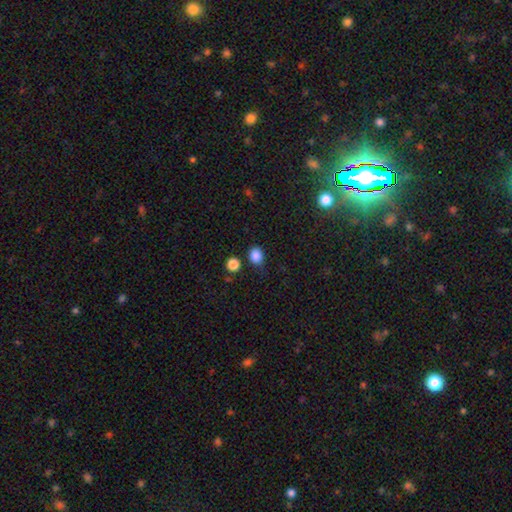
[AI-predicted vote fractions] The model was most divided on "how rounded": round: 64%, in between: 35%, cigar-shaped: 1%. More confident: smooth or featured — smooth (86%); merging — none (77%).